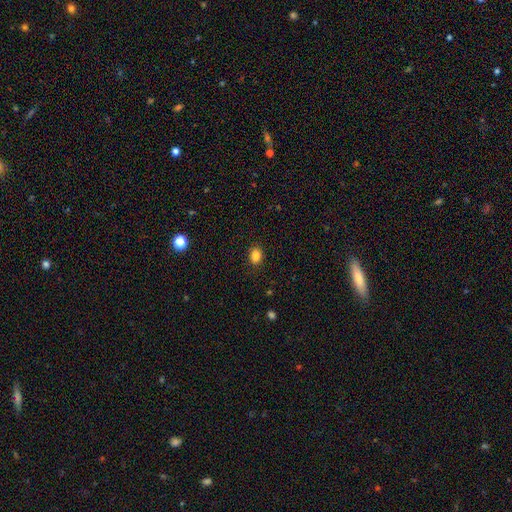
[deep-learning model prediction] The model was most divided on "how rounded": in between: 68%, round: 31%, cigar-shaped: 1%. More confident: merging — none (89%); smooth or featured — smooth (86%).